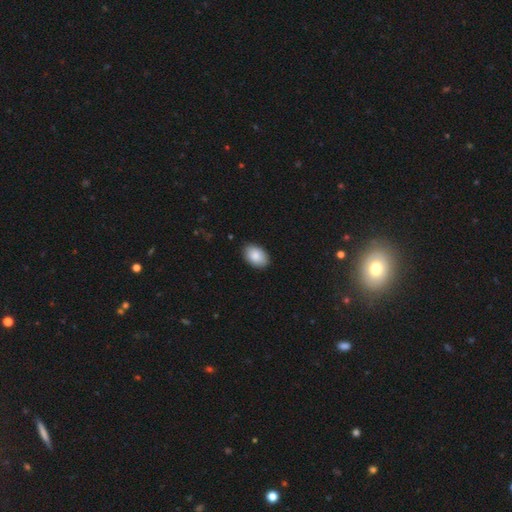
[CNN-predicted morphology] smooth 88%, star or artifact 6%, featured or disk 5%. Down the decision tree: how rounded — in between (89%); merging — none (87%).